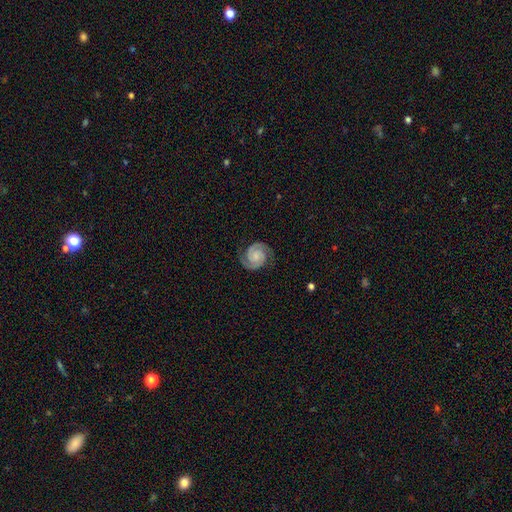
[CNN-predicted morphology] This is clearly a featured or disk galaxy (91%). It is clearly not viewed edge-on (98%). Bar: likely no (65%). Spiral arm pattern: clearly yes (99%). Spiral arm count: clearly 2 (93%). Spiral winding: likely tight (62%). Central bulge: marginally small (40%). Merging: clearly none (84%).